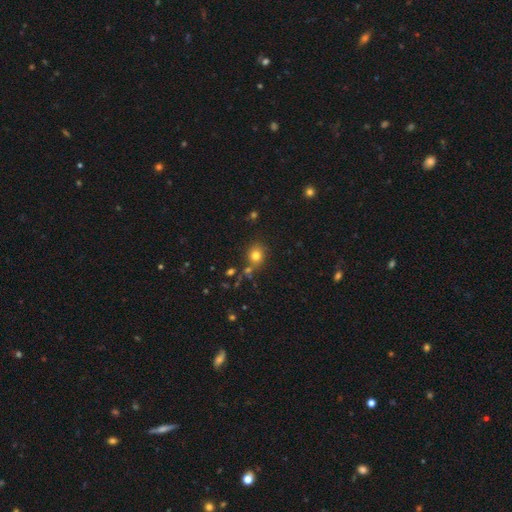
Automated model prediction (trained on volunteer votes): Smooth or featured? Predicted: smooth (p=0.78). How rounded? Predicted: round (p=0.72). Merging? Predicted: none (p=0.72).